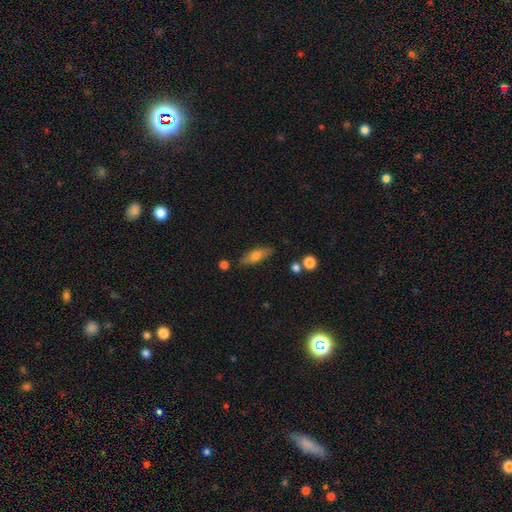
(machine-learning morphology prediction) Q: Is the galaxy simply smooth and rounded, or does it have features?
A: smooth — 65%.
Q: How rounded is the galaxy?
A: in between — 60%.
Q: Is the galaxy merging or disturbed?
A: none — 81%.